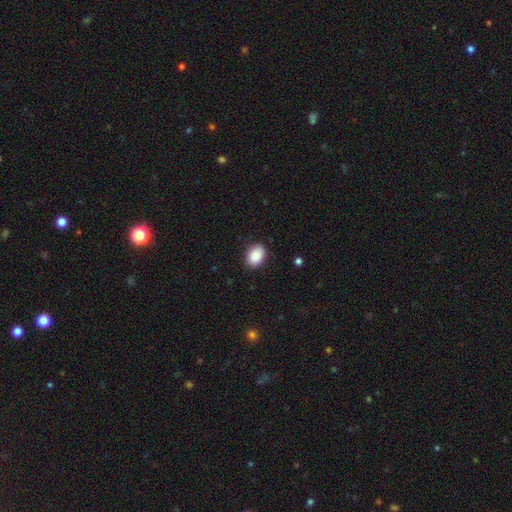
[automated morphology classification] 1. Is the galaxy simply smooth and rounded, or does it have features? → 89% smooth, 7% star or artifact, 4% featured or disk.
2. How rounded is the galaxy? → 77% in between, 22% round, 1% cigar-shaped.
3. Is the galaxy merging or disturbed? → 88% none, 9% minor disturbance, 2% major disturbance, 1% merger.